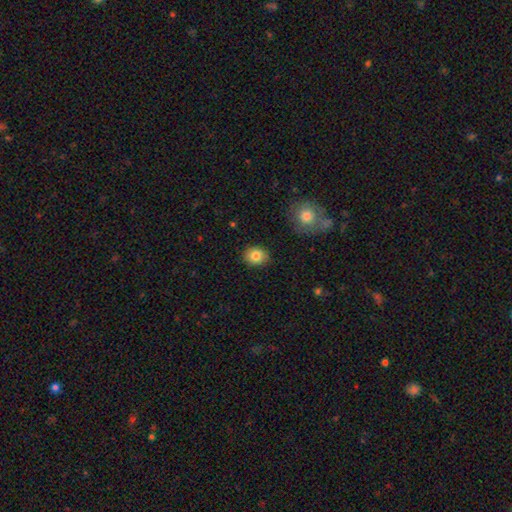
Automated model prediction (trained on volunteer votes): smooth-or-featured: smooth: 83% | star or artifact: 9% | featured or disk: 8%
  how-rounded: round: 53% | in between: 46% | cigar-shaped: 1%
  merging: none: 87% | minor disturbance: 9% | major disturbance: 2% | merger: 1%